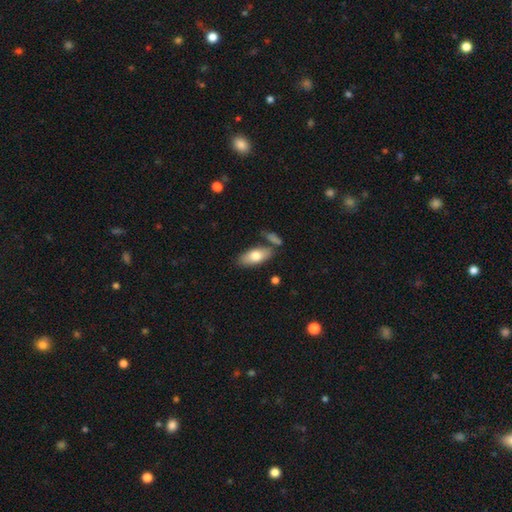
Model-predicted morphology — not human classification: A smooth galaxy with no disk features (74%) that is in between round and cigar-shaped (85%). Merging: none (72%).